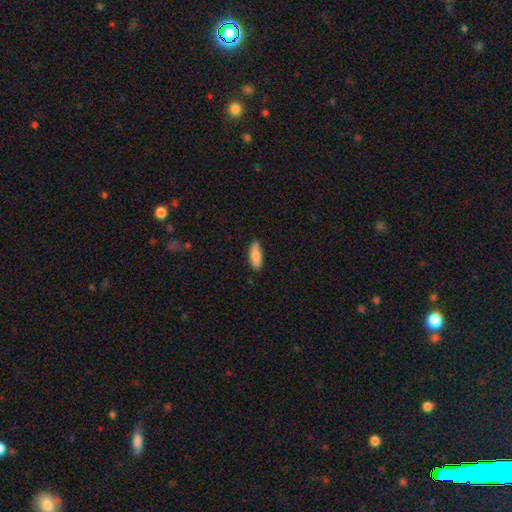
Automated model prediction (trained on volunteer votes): Smooth or featured? Predicted: smooth (p=0.84). How rounded? Predicted: in between (p=0.70). Merging? Predicted: none (p=0.88).